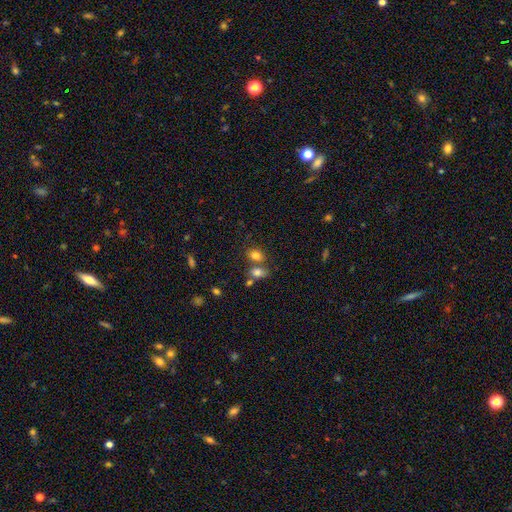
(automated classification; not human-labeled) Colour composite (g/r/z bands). It shows a smooth galaxy with no disk features (80%) that is in between round and cigar-shaped (66%). Merging: none (50%).